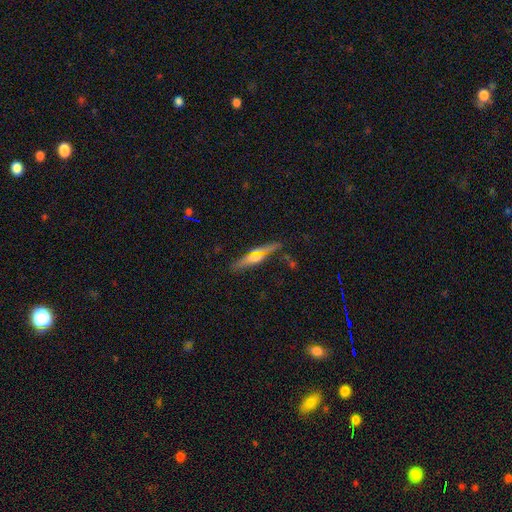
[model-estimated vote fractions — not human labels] Overall: smooth (48%; featured or disk 38%). Merging: none (85%).